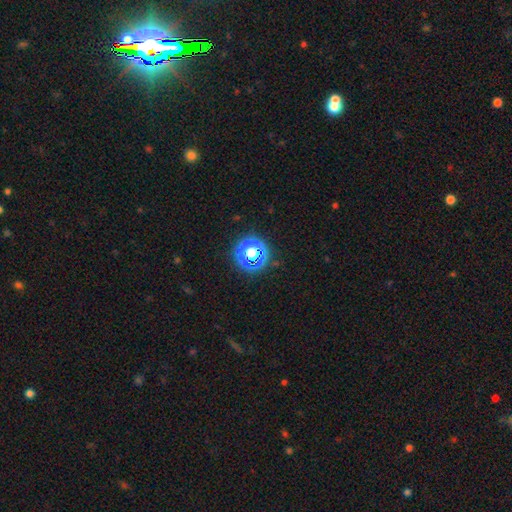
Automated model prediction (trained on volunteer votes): Overall: star or artifact (56%; smooth 34%).